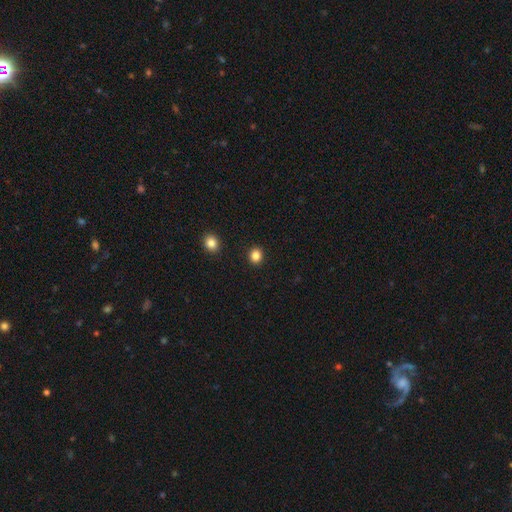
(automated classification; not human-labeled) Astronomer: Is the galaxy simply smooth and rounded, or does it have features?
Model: smooth — 85%.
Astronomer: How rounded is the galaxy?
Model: round — 78%.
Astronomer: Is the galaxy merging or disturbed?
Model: none — 92%.